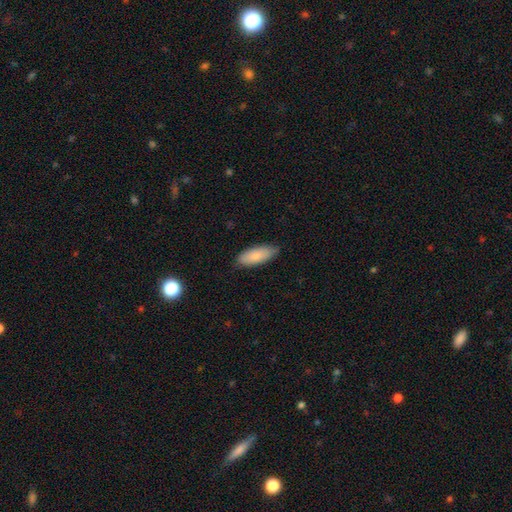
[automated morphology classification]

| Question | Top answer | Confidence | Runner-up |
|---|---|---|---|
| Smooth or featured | smooth | 85% | featured or disk (9%) |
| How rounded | in between | 75% | cigar-shaped (23%) |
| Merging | none | 81% | minor disturbance (16%) |